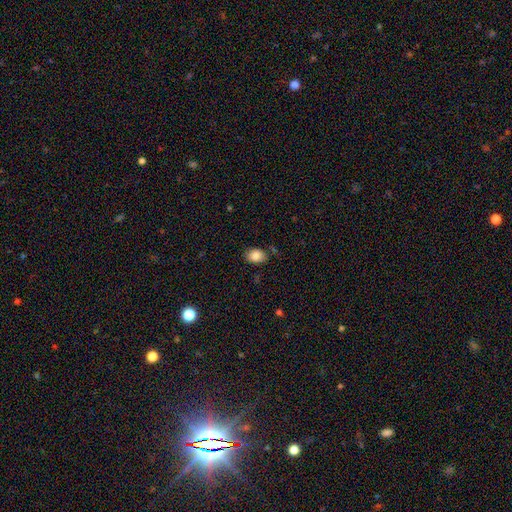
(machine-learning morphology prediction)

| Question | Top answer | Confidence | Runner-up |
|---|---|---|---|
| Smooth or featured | smooth | 86% | star or artifact (8%) |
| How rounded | in between | 73% | round (26%) |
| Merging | none | 77% | minor disturbance (16%) |